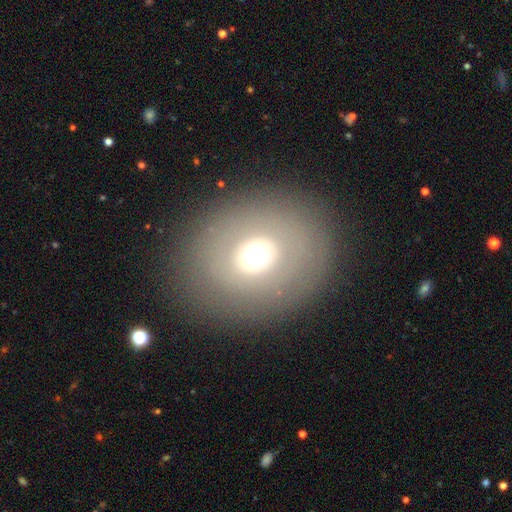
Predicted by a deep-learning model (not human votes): Smooth or featured? smooth (58%)
How rounded? round (63%)
Merging? none (86%)